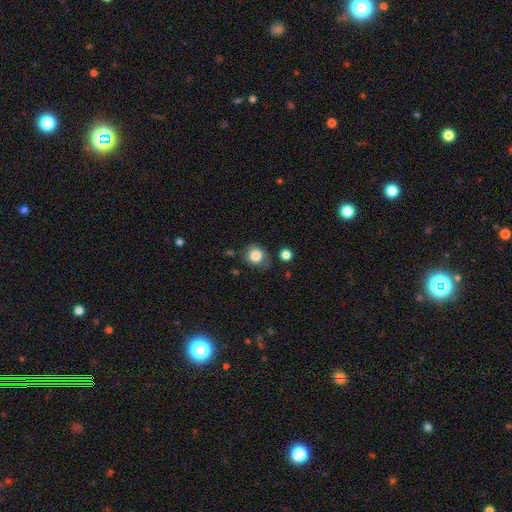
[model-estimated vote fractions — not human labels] smooth_or_featured: smooth (p=0.83) [alt: star or artifact p=0.09]
how_rounded: round (p=0.77) [alt: in between p=0.22]
merging: none (p=0.70) [alt: minor disturbance p=0.20]